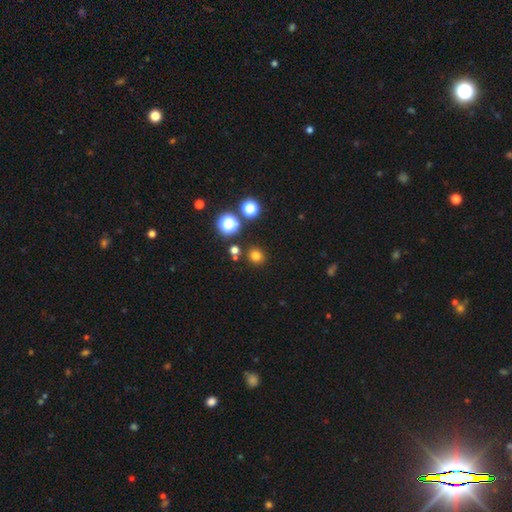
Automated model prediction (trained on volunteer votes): The model was most divided on "smooth or featured": smooth: 75%, star or artifact: 20%, featured or disk: 5%. More confident: how rounded — round (89%); merging — none (87%).